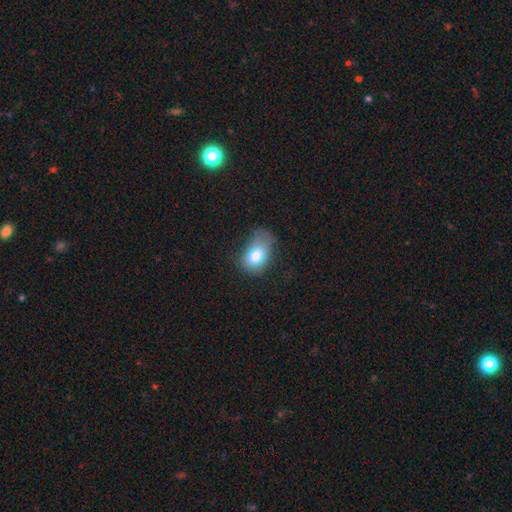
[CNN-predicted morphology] Smooth or featured? Predicted: smooth (p=0.77). How rounded? Predicted: in between (p=0.77). Merging? Predicted: none (p=0.42).